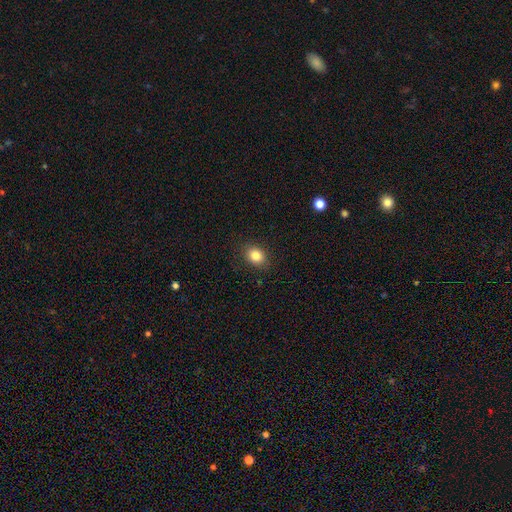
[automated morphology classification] Smooth or featured? smooth (84%)
How rounded? in between (56%)
Merging? none (86%)